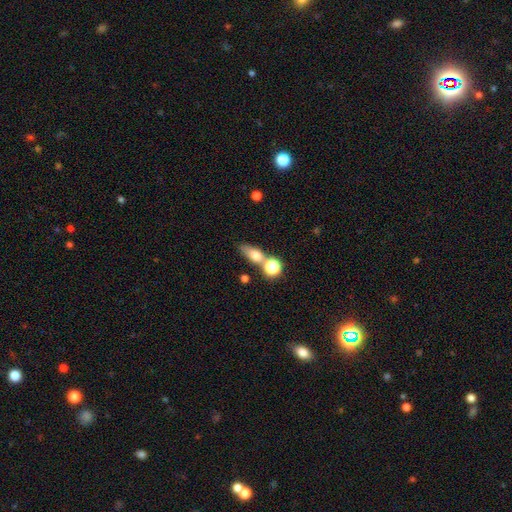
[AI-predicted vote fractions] smooth-or-featured: smooth: 67% | featured or disk: 20% | star or artifact: 13%
  how-rounded: in between: 54% | cigar-shaped: 24% | round: 22%
  merging: none: 51% | merger: 30% | minor disturbance: 13% | major disturbance: 6%